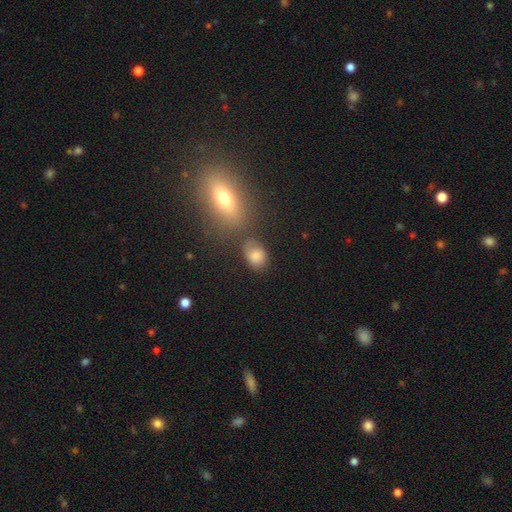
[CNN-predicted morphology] This is likely a smooth galaxy (77%). How rounded: likely in between (66%). Merging: possibly none (59%).